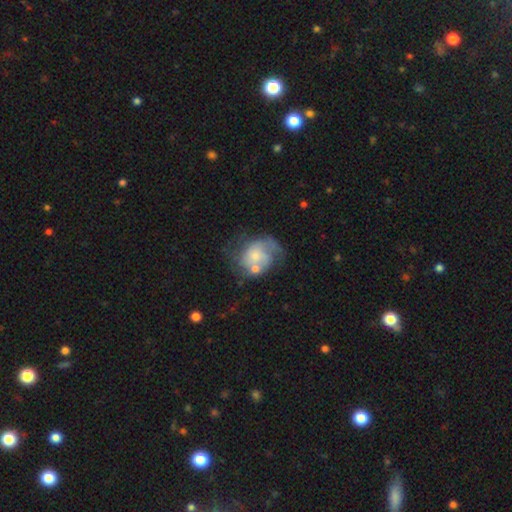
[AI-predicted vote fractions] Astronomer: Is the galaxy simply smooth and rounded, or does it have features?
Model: featured or disk — 68%.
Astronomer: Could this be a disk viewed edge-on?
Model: no — 98%.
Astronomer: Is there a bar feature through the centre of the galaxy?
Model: no — 74%.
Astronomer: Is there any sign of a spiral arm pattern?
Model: yes — 83%.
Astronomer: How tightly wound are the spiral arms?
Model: medium — 43% (runner-up: loose, 32%).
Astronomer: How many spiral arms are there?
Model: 2 — 50%.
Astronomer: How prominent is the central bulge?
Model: small — 61%.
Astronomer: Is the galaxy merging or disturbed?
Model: none — 41% (runner-up: major disturbance, 22%).